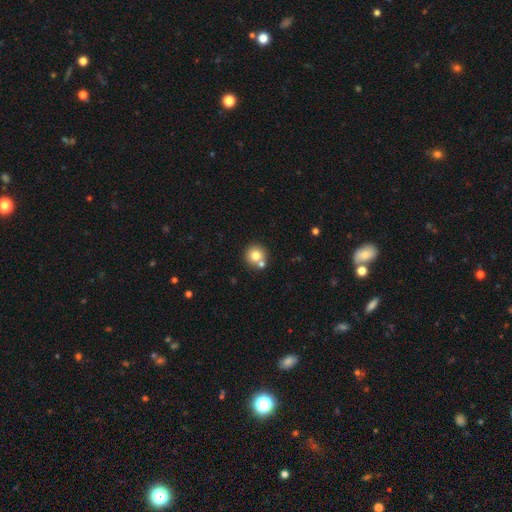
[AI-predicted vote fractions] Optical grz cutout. It shows a smooth galaxy with no disk features (76%) that is round (93%). Merging: none (67%).